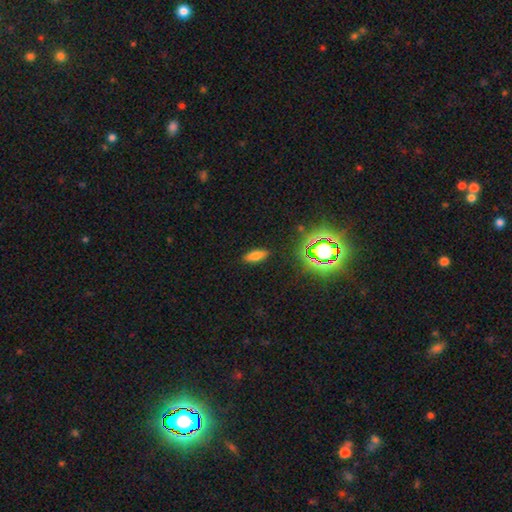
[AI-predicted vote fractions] A smooth galaxy with no disk features (72%) that is in between round and cigar-shaped (74%).

Vote fractions:
- Smooth or featured? smooth: 72% / star or artifact: 18% / featured or disk: 10%
- How rounded? in between: 74% / cigar-shaped: 22% / round: 4%
- Merging? none: 88% / minor disturbance: 9% / major disturbance: 2% / merger: 1%